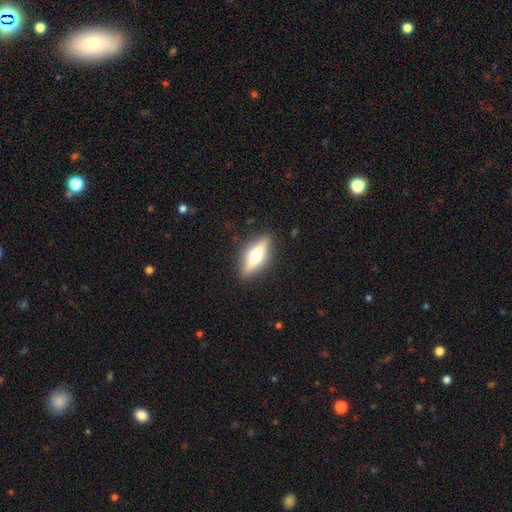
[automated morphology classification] The model was most divided on "smooth or featured": featured or disk: 54%, smooth: 39%, star or artifact: 6%. More confident: edge-on disk — yes (89%); merging — none (88%).